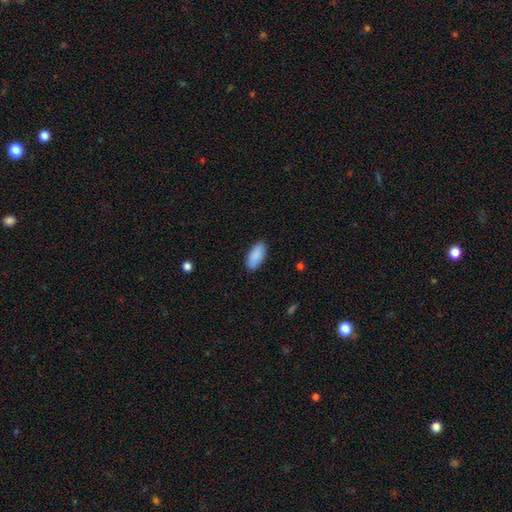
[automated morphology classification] The model was most divided on "merging": none: 88%, minor disturbance: 9%, major disturbance: 2%, merger: 1%. More confident: how rounded — in between (91%); smooth or featured — smooth (90%).